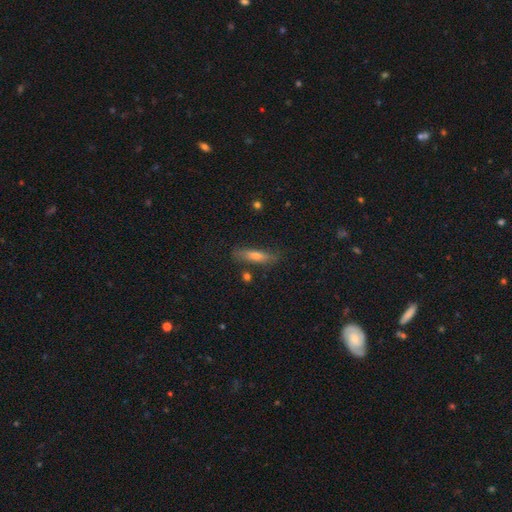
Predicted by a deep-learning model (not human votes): Smooth or featured?
  - smooth: 53% *
  - featured or disk: 38%
  - star or artifact: 10%
How rounded?
  - cigar-shaped: 74% *
  - in between: 23%
  - round: 3%
Merging?
  - none: 78% *
  - minor disturbance: 16%
  - major disturbance: 4%
  - merger: 3%